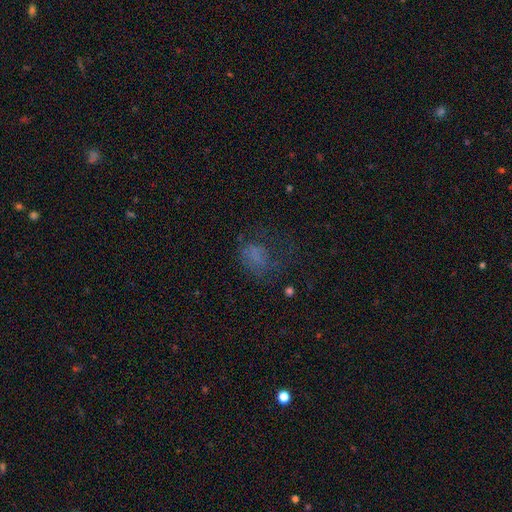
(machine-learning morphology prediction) This appears to be a smooth galaxy with no disk features (49%). Merging: major disturbance (40%).